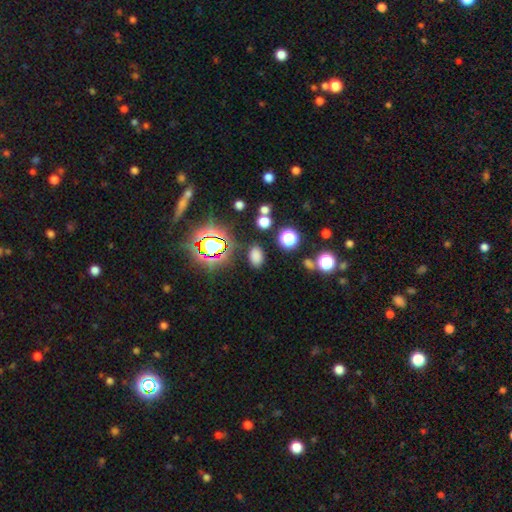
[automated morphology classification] smooth-or-featured: smooth: 69% | star or artifact: 25% | featured or disk: 6%
  how-rounded: in between: 85% | round: 14% | cigar-shaped: 2%
  merging: none: 83% | minor disturbance: 10% | major disturbance: 4% | merger: 3%